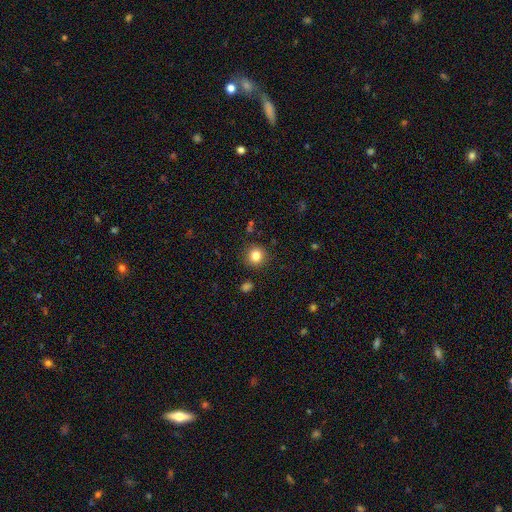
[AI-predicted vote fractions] Overall: smooth (83%). How rounded: round (90%). Merging: none (89%).